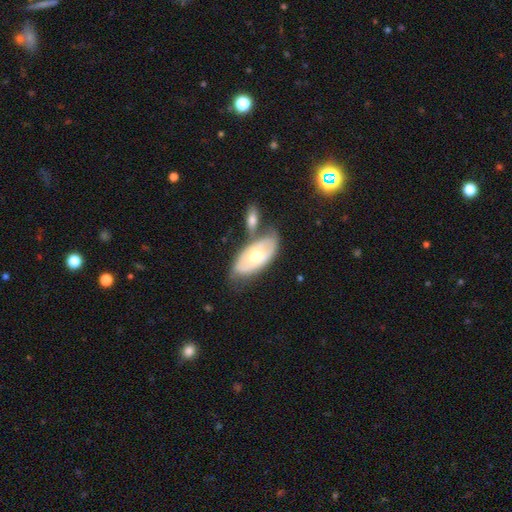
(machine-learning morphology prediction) A featured or disk galaxy (58%).

Vote fractions:
- Smooth or featured? featured or disk: 58% / smooth: 37% / star or artifact: 5%
- Edge-on disk? no: 85% / yes: 15%
- Merging? none: 50% / merger: 27% / minor disturbance: 17% / major disturbance: 6%